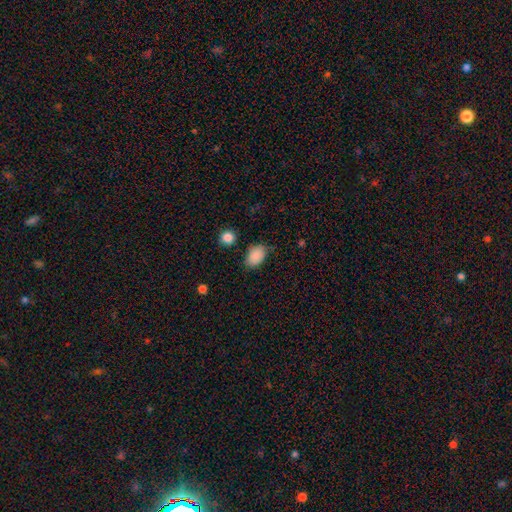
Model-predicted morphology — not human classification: Smooth or featured? smooth (88%)
How rounded? in between (82%)
Merging? none (75%)